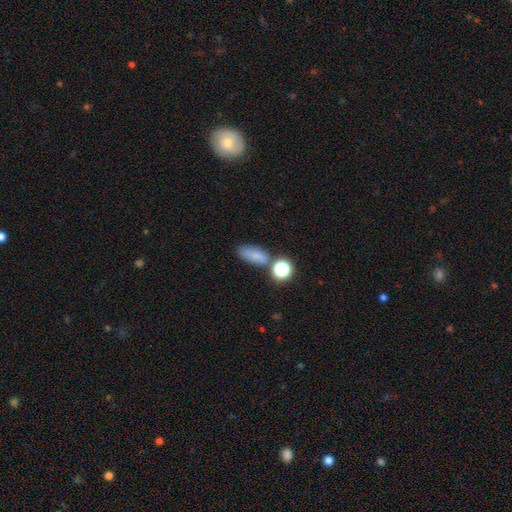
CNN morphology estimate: Smooth or featured?
  - smooth: 76% *
  - star or artifact: 15%
  - featured or disk: 9%
How rounded?
  - in between: 74% *
  - round: 13%
  - cigar-shaped: 13%
Merging?
  - none: 61% *
  - minor disturbance: 17%
  - merger: 16%
  - major disturbance: 6%